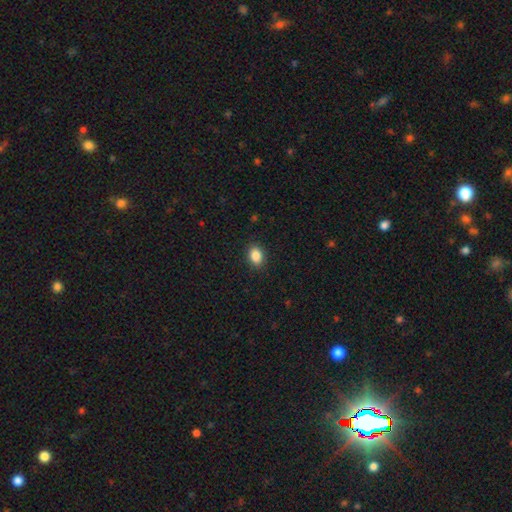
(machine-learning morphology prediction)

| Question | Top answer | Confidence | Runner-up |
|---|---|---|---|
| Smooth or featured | smooth | 86% | star or artifact (9%) |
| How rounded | in between | 71% | round (28%) |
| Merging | none | 90% | minor disturbance (7%) |